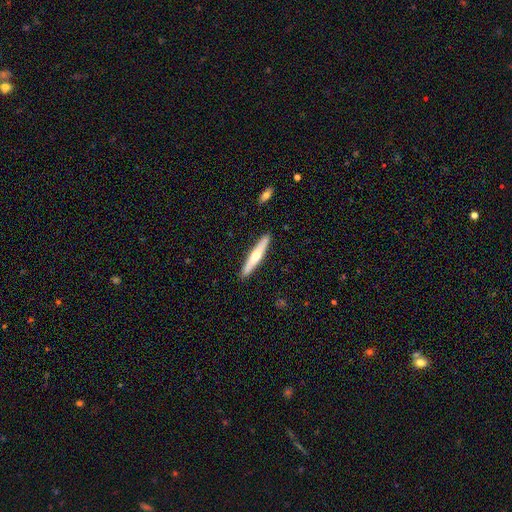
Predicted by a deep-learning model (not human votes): Smooth or featured: featured or disk — 48% (smooth — 47%)
Merging: none — 91% (minor disturbance — 7%)